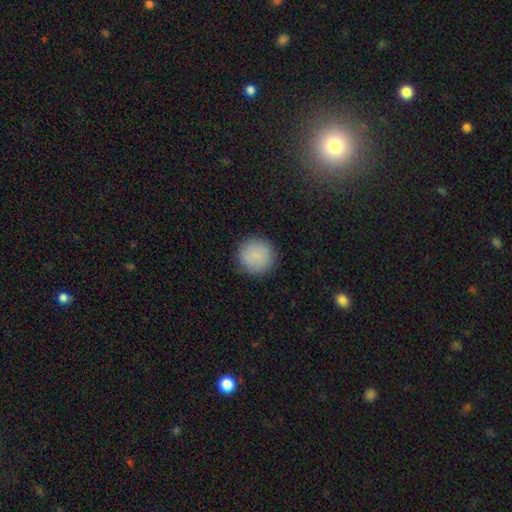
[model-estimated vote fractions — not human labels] A smooth galaxy with no disk features (88%) that is round (95%).

Vote fractions:
- Smooth or featured? smooth: 88% / star or artifact: 8% / featured or disk: 5%
- How rounded? round: 95% / in between: 4% / cigar-shaped: 1%
- Merging? none: 91% / minor disturbance: 6% / major disturbance: 2% / merger: 1%